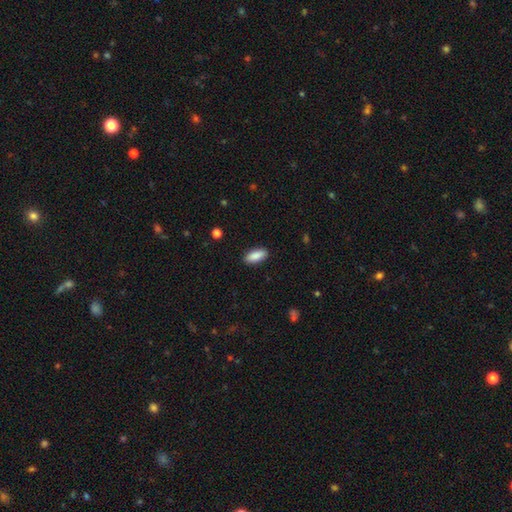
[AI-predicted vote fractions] smooth 89%, star or artifact 6%, featured or disk 5%. Down the decision tree: how rounded — in between (82%); merging — none (90%).